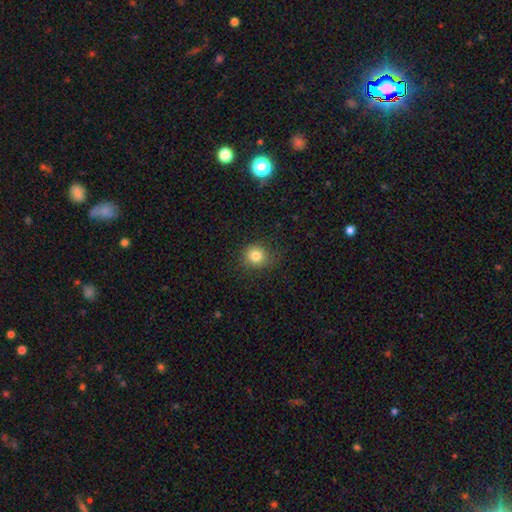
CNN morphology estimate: The model was most divided on "smooth or featured": smooth: 82%, star or artifact: 12%, featured or disk: 6%. More confident: how rounded — round (87%); merging — none (84%).